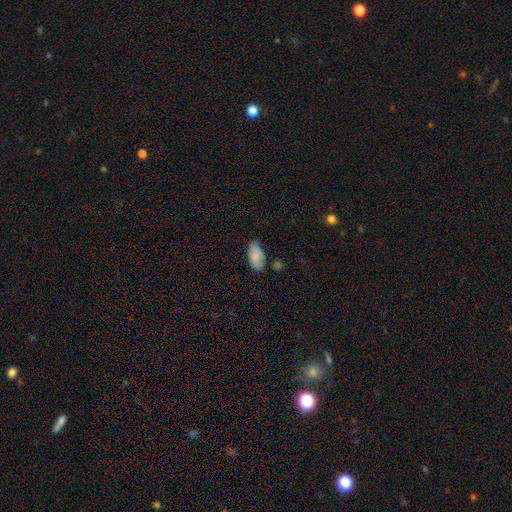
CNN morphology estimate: smooth_or_featured: smooth (p=0.86) [alt: star or artifact p=0.07]
how_rounded: in between (p=0.94) [alt: cigar-shaped p=0.03]
merging: none (p=0.70) [alt: minor disturbance p=0.22]